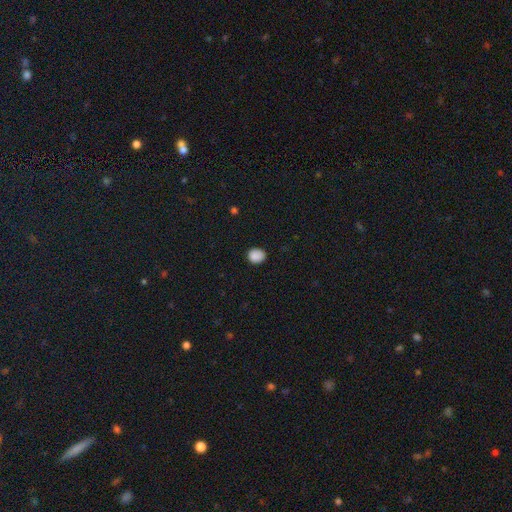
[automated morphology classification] The model was most divided on "how rounded": round: 66%, in between: 33%, cigar-shaped: 1%. More confident: smooth or featured — smooth (87%); merging — none (82%).